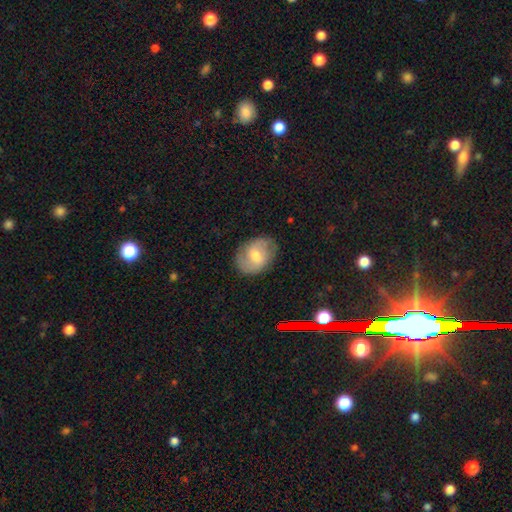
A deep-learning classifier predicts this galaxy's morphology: smooth-or-featured: featured or disk: 48% | smooth: 44% | star or artifact: 8%
  merging: none: 76% | minor disturbance: 18% | major disturbance: 5% | merger: 1%